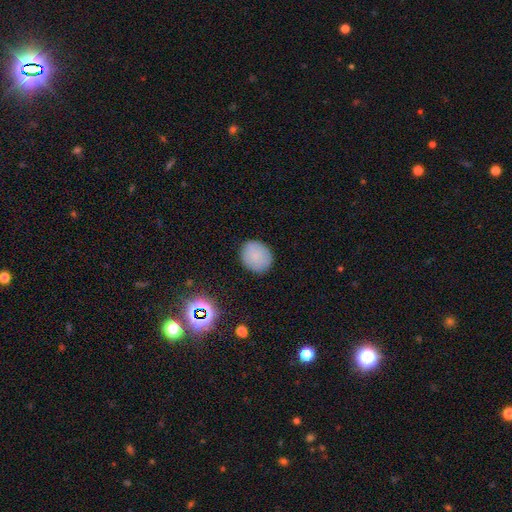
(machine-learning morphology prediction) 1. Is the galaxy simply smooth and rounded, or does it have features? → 83% smooth, 10% star or artifact, 8% featured or disk.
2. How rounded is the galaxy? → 74% round, 25% in between, 1% cigar-shaped.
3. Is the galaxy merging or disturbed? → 87% none, 9% minor disturbance, 2% major disturbance, 1% merger.